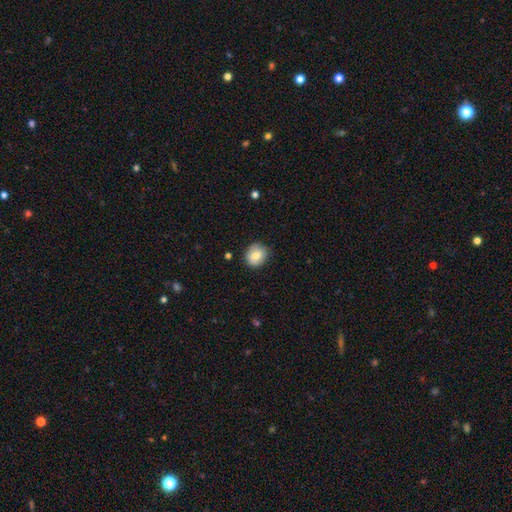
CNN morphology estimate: A smooth galaxy with no disk features (79%) that is round (79%).

Vote fractions:
- Smooth or featured? smooth: 79% / featured or disk: 12% / star or artifact: 8%
- How rounded? round: 79% / in between: 20% / cigar-shaped: 1%
- Merging? none: 83% / minor disturbance: 13% / major disturbance: 2% / merger: 1%